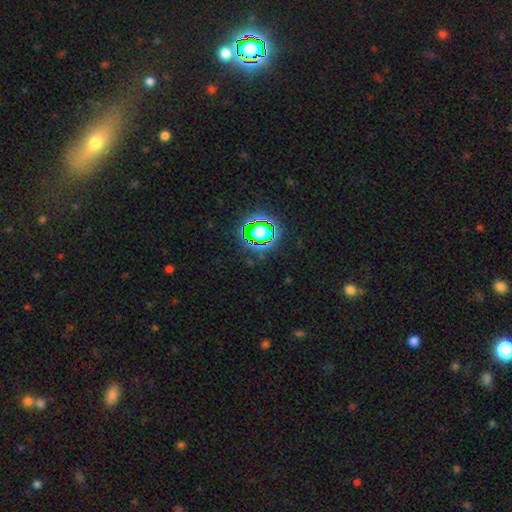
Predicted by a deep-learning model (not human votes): star or artifact 65%, smooth 23%, featured or disk 12%.